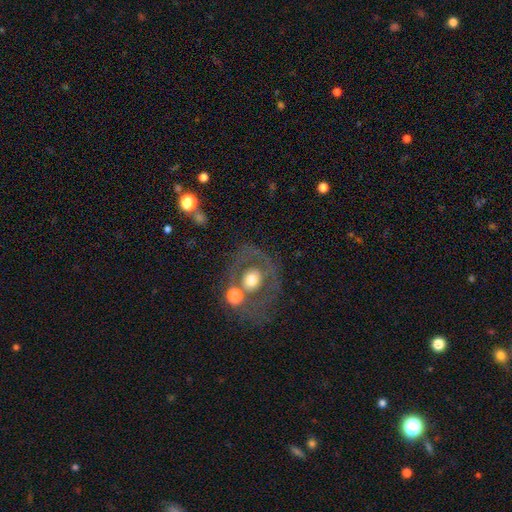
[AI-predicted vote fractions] A featured or disk galaxy (63%) with no bar (66%), no spiral arms (60%) and a moderate central bulge (67%).

Vote fractions:
- Smooth or featured? featured or disk: 63% / smooth: 25% / star or artifact: 12%
- Edge-on disk? no: 95% / yes: 5%
- Bar? no: 66% / weak: 23% / strong: 12%
- Spiral arms? no: 60% / yes: 40%
- Bulge size? moderate: 67% / small: 15% / large: 12% / none: 3% / dominant: 3%
- Merging? none: 54% / merger: 22% / minor disturbance: 14% / major disturbance: 11%